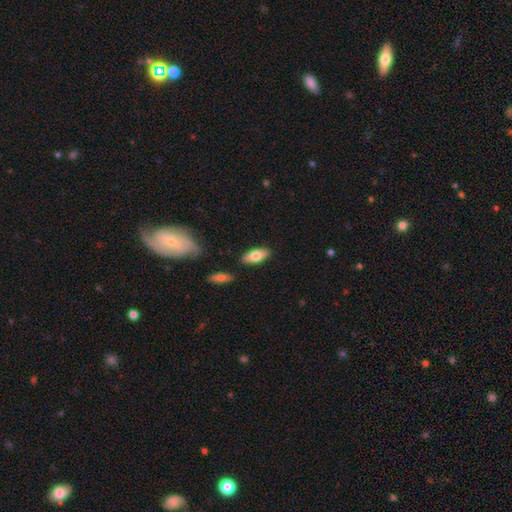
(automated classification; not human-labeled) Smooth or featured: smooth — 74% (featured or disk — 19%)
How rounded: in between — 84% (cigar-shaped — 13%)
Merging: none — 85% (minor disturbance — 10%)